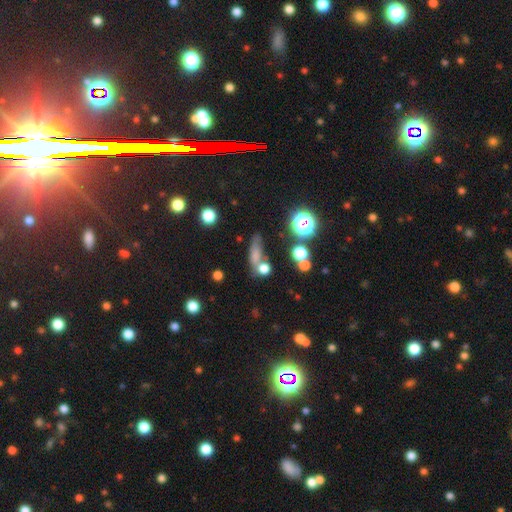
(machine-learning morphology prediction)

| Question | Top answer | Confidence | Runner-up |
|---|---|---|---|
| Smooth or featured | smooth | 65% | star or artifact (18%) |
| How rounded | cigar-shaped | 40% | in between (37%) |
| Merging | none | 50% | merger (21%) |